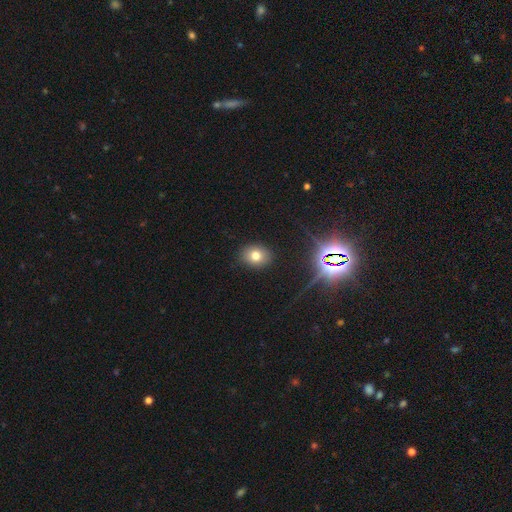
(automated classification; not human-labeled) This appears to be a smooth galaxy with no disk features (73%) that is round (51%). Merging: none (88%).